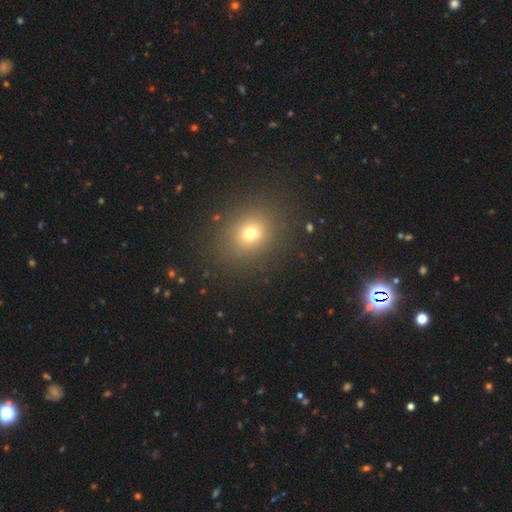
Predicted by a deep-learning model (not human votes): Overall: smooth (62%; star or artifact 30%). How rounded: round (69%; in between 30%). Merging: none (89%).